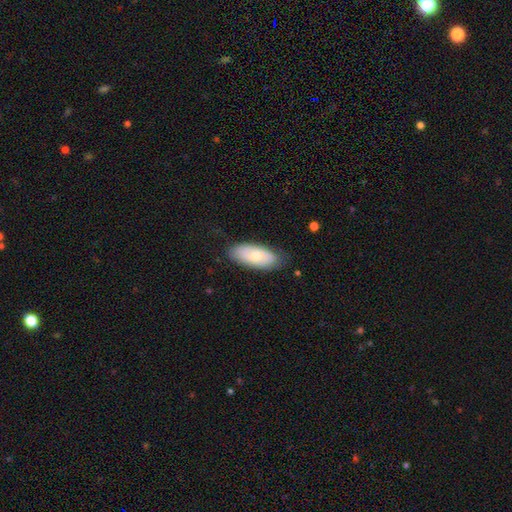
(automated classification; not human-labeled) Smooth or featured?
  - smooth: 62% *
  - featured or disk: 32%
  - star or artifact: 6%
How rounded?
  - in between: 89% *
  - cigar-shaped: 8%
  - round: 3%
Merging?
  - none: 79% *
  - minor disturbance: 17%
  - major disturbance: 3%
  - merger: 1%